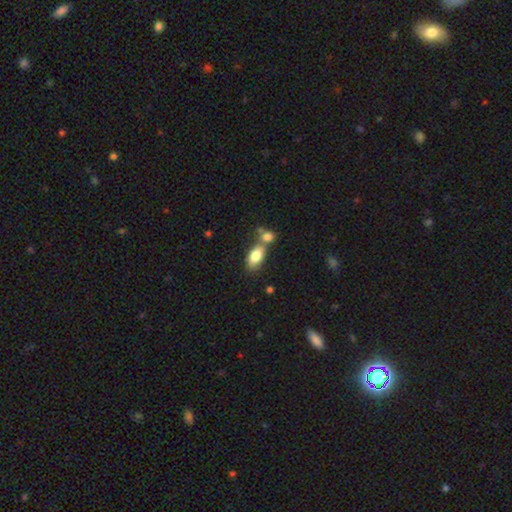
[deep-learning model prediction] This is clearly a smooth galaxy (80%). How rounded: clearly in between (89%). Merging: marginally merger (44%).